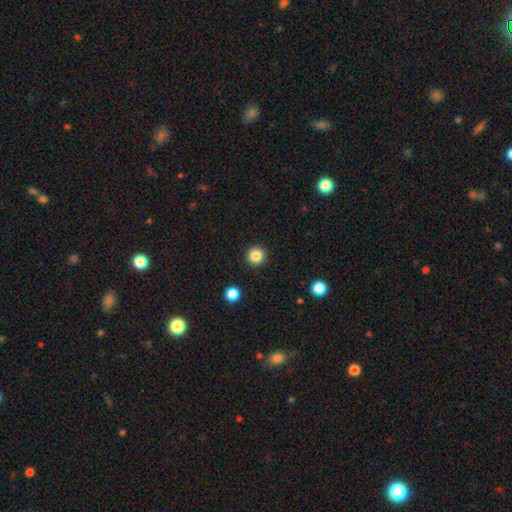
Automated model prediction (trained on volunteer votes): A smooth galaxy with no disk features (84%) that is round (96%).

Vote fractions:
- Smooth or featured? smooth: 84% / star or artifact: 11% / featured or disk: 4%
- How rounded? round: 96% / in between: 3% / cigar-shaped: 1%
- Merging? none: 93% / minor disturbance: 4% / major disturbance: 2% / merger: 1%